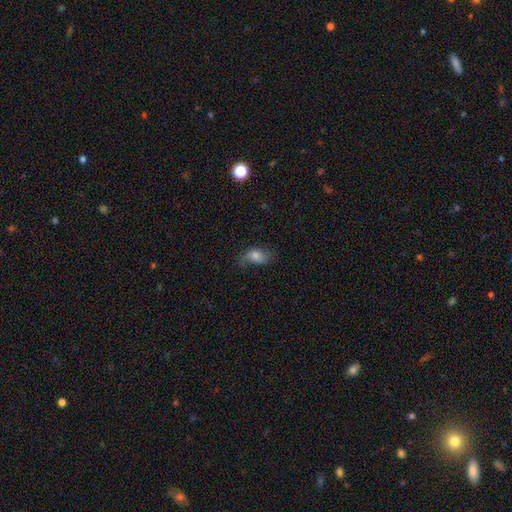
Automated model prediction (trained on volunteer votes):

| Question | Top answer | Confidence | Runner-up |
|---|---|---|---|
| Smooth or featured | smooth | 67% | featured or disk (23%) |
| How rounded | in between | 86% | round (10%) |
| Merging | none | 58% | minor disturbance (28%) |